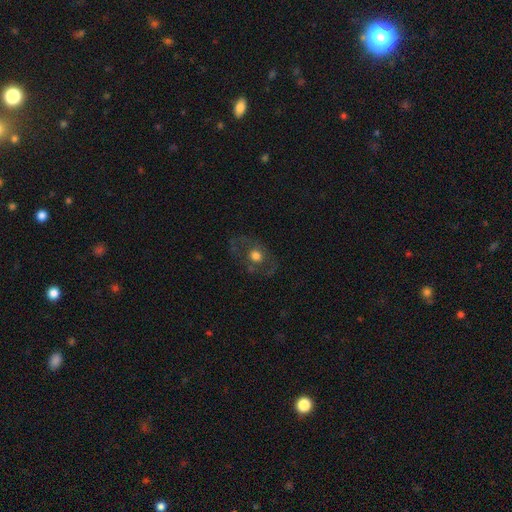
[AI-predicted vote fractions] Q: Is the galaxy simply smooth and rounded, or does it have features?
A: smooth — 46%.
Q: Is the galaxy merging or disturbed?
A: none — 72%.